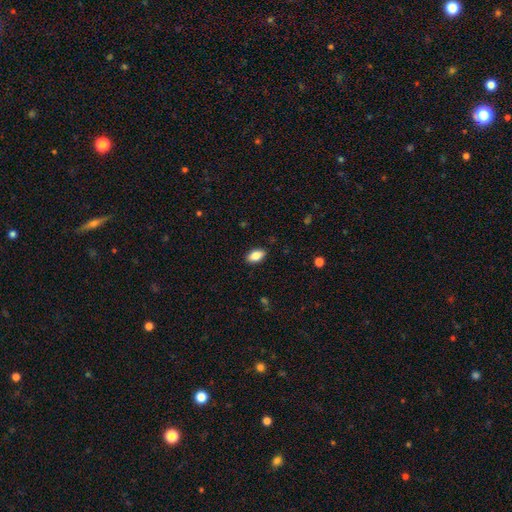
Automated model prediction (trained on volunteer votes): smooth_or_featured: smooth (p=0.84) [alt: featured or disk p=0.08]
how_rounded: in between (p=0.92) [alt: round p=0.05]
merging: none (p=0.88) [alt: minor disturbance p=0.09]